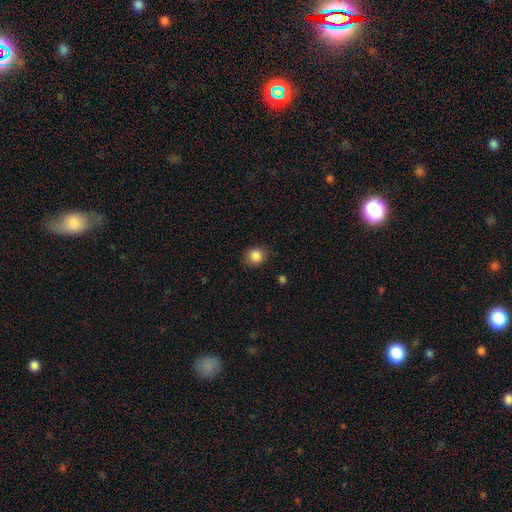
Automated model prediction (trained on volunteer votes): smooth-or-featured: smooth: 86% | star or artifact: 10% | featured or disk: 4%
  how-rounded: round: 79% | in between: 20% | cigar-shaped: 1%
  merging: none: 84% | minor disturbance: 12% | major disturbance: 3% | merger: 1%